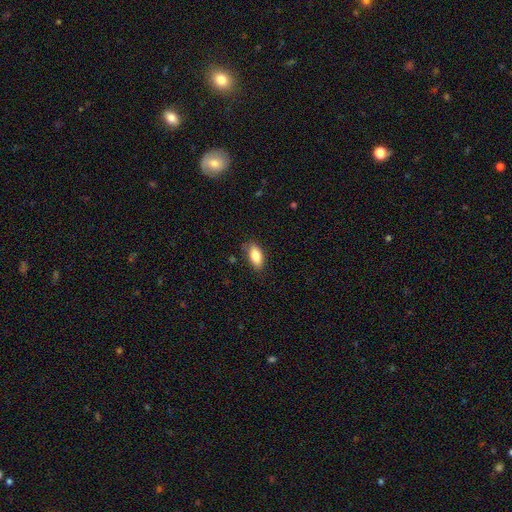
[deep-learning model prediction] smooth-or-featured: smooth: 84% | featured or disk: 9% | star or artifact: 7%
  how-rounded: in between: 89% | cigar-shaped: 8% | round: 3%
  merging: none: 81% | minor disturbance: 15% | major disturbance: 3% | merger: 1%